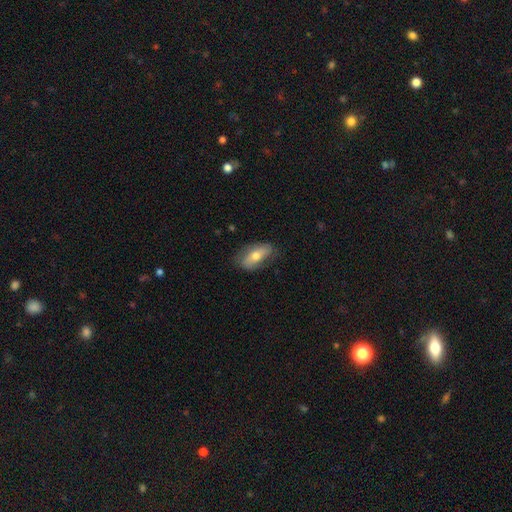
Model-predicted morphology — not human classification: Smooth or featured? smooth (57%)
How rounded? in between (85%)
Merging? none (69%)